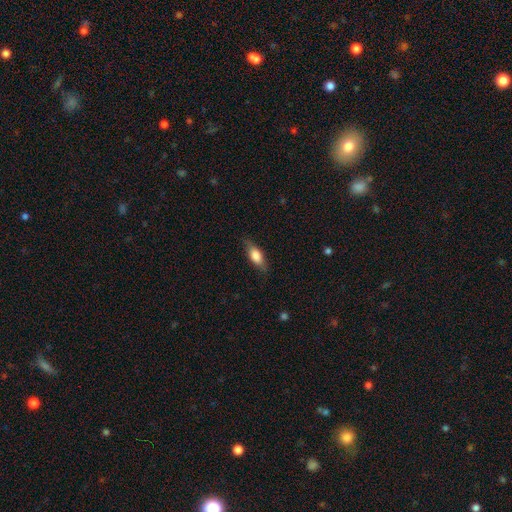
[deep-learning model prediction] Smooth or featured? smooth (71%)
How rounded? in between (72%)
Merging? none (78%)